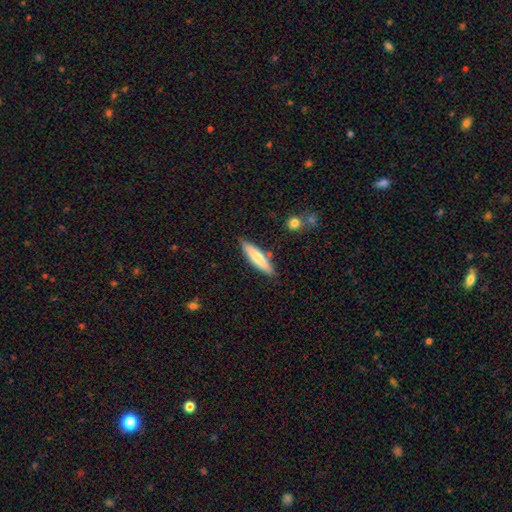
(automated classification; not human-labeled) A smooth galaxy with no disk features (66%) that is cigar-shaped (80%).

Vote fractions:
- Smooth or featured? smooth: 66% / featured or disk: 28% / star or artifact: 6%
- How rounded? cigar-shaped: 80% / in between: 19% / round: 1%
- Merging? none: 86% / minor disturbance: 10% / merger: 3% / major disturbance: 2%